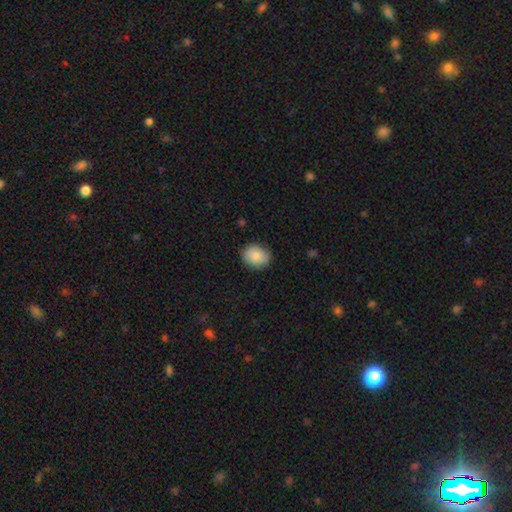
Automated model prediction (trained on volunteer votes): Smooth or featured: smooth — 86% (star or artifact — 7%)
How rounded: round — 53% (in between — 46%)
Merging: none — 84% (minor disturbance — 13%)